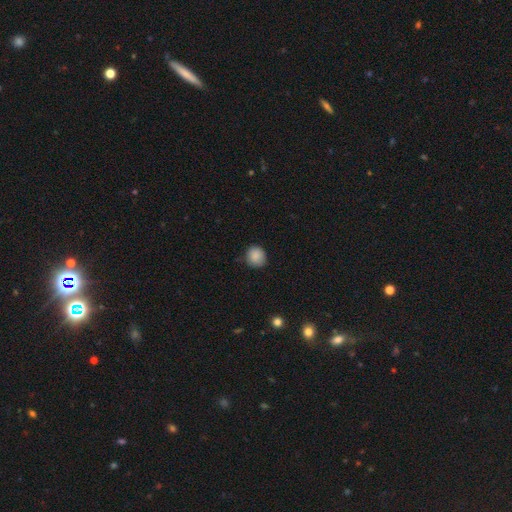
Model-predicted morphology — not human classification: smooth_or_featured: smooth (p=0.88) [alt: star or artifact p=0.08]
how_rounded: round (p=0.88) [alt: in between p=0.11]
merging: none (p=0.80) [alt: minor disturbance p=0.16]